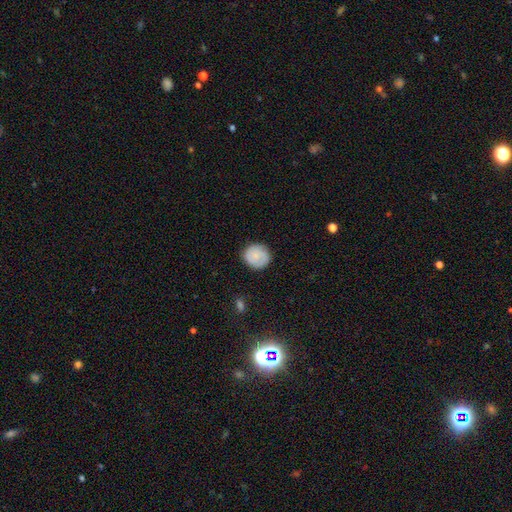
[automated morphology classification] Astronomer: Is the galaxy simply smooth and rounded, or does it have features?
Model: smooth — 73%.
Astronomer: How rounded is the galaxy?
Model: round — 89%.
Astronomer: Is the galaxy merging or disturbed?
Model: none — 83%.